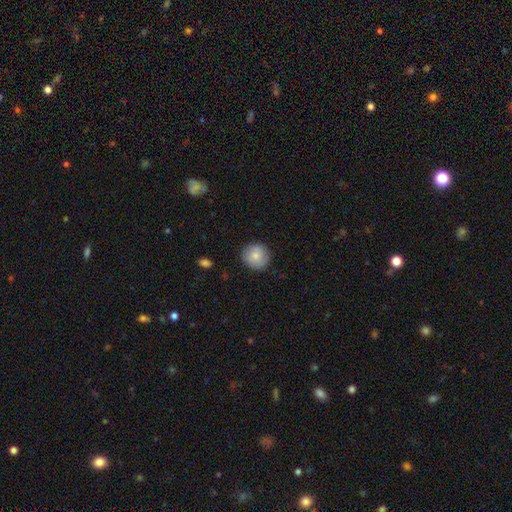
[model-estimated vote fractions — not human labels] This is likely a smooth galaxy (78%). How rounded: clearly round (92%). Merging: clearly none (86%).